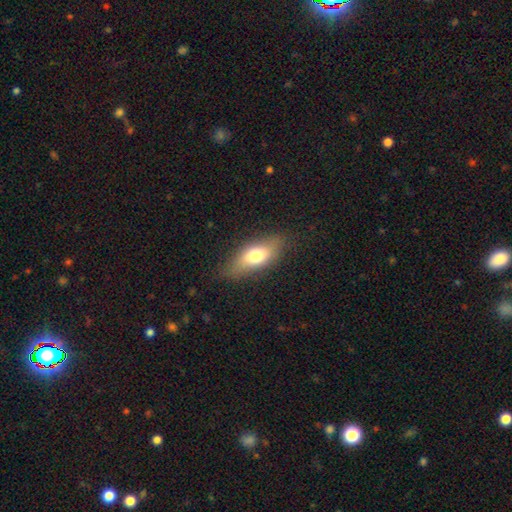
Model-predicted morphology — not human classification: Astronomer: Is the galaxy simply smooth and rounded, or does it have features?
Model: smooth — 70%.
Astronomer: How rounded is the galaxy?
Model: in between — 75%.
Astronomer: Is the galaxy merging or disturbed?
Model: none — 78%.